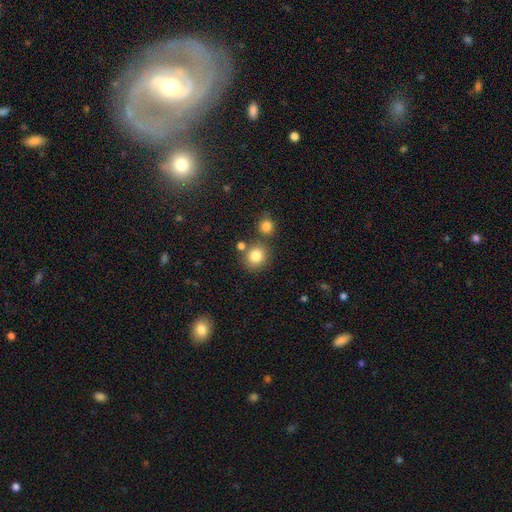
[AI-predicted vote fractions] Smooth or featured?
  - smooth: 82% *
  - star or artifact: 11%
  - featured or disk: 7%
How rounded?
  - round: 85% *
  - in between: 14%
  - cigar-shaped: 1%
Merging?
  - none: 73% *
  - merger: 14%
  - minor disturbance: 10%
  - major disturbance: 3%